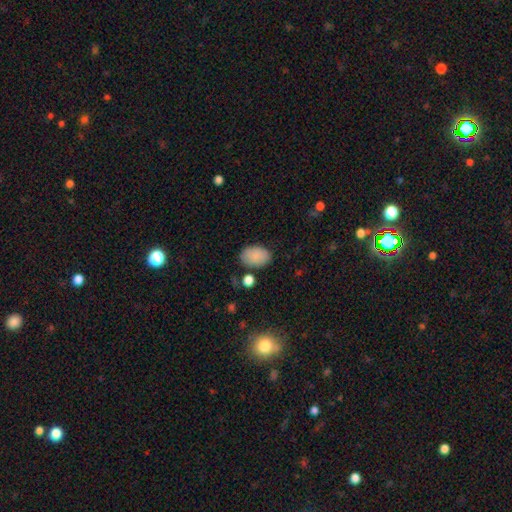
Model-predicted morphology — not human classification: Smooth or featured? smooth (88%)
How rounded? in between (88%)
Merging? none (77%)